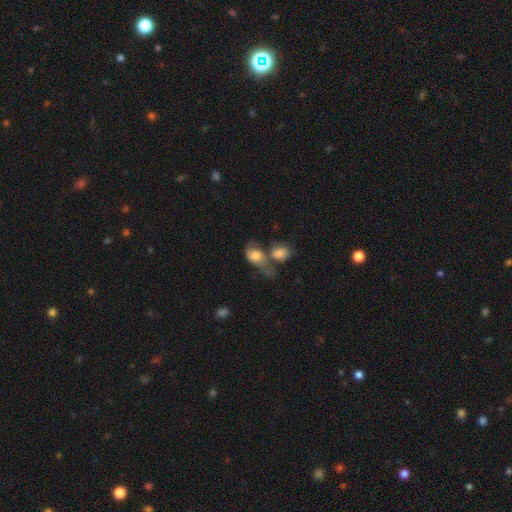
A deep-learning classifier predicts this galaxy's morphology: Smooth or featured?
  - smooth: 72% *
  - featured or disk: 20%
  - star or artifact: 8%
How rounded?
  - in between: 71% *
  - round: 26%
  - cigar-shaped: 3%
Merging?
  - merger: 52% *
  - none: 19%
  - major disturbance: 16%
  - minor disturbance: 13%